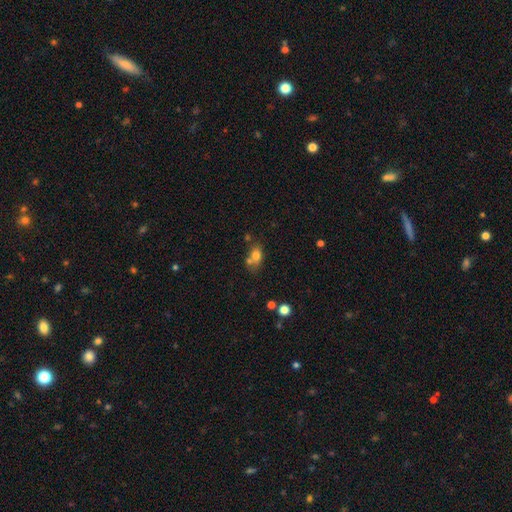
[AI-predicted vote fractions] This appears to be a smooth galaxy with no disk features (73%) that is in between round and cigar-shaped (65%). Merging: none (43%).